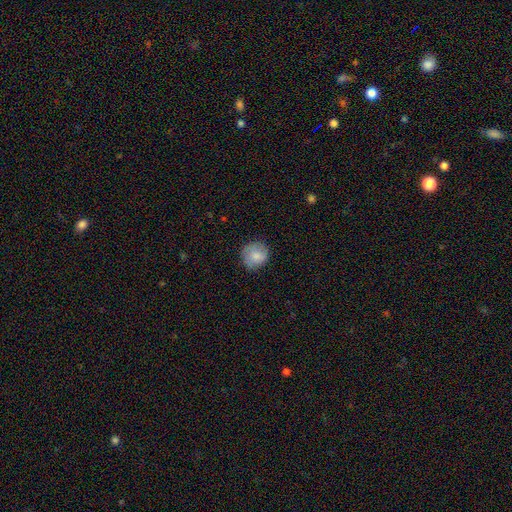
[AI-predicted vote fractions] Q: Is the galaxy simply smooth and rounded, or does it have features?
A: smooth — 82%.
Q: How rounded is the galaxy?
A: round — 88%.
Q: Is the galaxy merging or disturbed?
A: none — 79%.